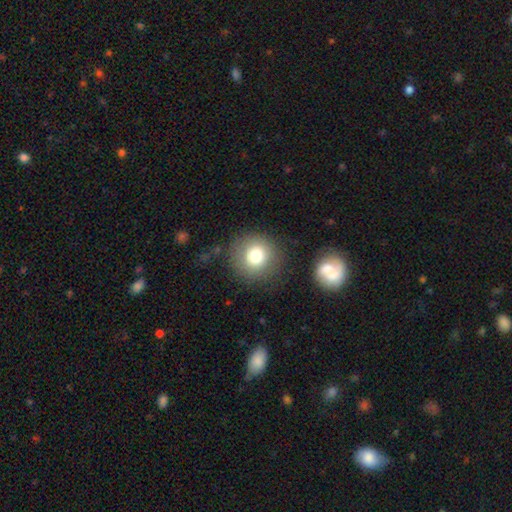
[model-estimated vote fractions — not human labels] Smooth or featured: smooth — 77% (featured or disk — 12%)
How rounded: round — 93% (in between — 6%)
Merging: none — 83% (minor disturbance — 10%)